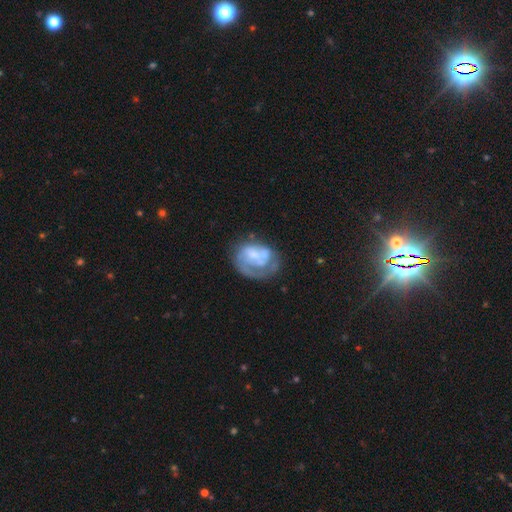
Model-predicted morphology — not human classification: A featured or disk galaxy (64%) with no bar (67%), spiral arms (59%) and no central bulge (39%).

Vote fractions:
- Smooth or featured? featured or disk: 64% / smooth: 29% / star or artifact: 7%
- Edge-on disk? no: 98% / yes: 2%
- Bar? no: 67% / weak: 26% / strong: 7%
- Spiral arms? yes: 59% / no: 41%
- Bulge size? none: 39% / small: 28% / moderate: 23% / large: 8% / dominant: 2%
- Merging? none: 41% / major disturbance: 29% / minor disturbance: 24% / merger: 5%